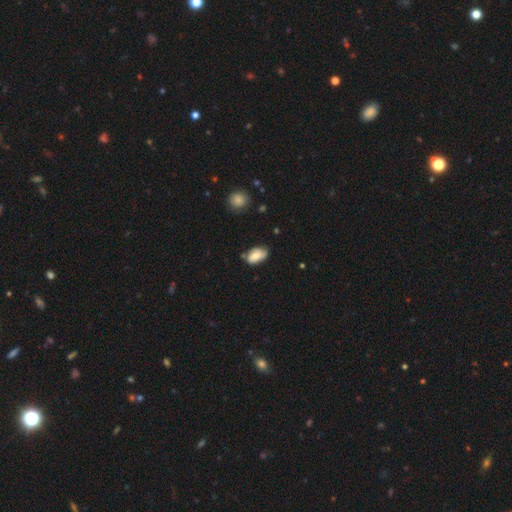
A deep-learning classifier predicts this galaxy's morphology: smooth_or_featured: smooth (p=0.75) [alt: featured or disk p=0.17]
how_rounded: in between (p=0.92) [alt: round p=0.06]
merging: none (p=0.62) [alt: minor disturbance p=0.28]